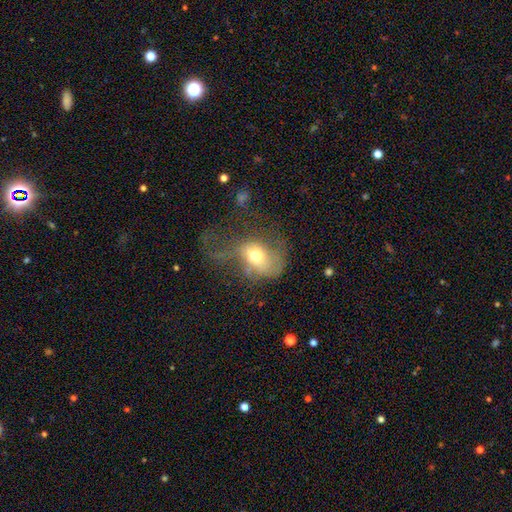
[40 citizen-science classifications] Smooth or featured: smooth — 50% (featured or disk — 42%)
How rounded: in between — 60% (round — 40%)
Merging: major disturbance — 70% (minor disturbance — 14%)